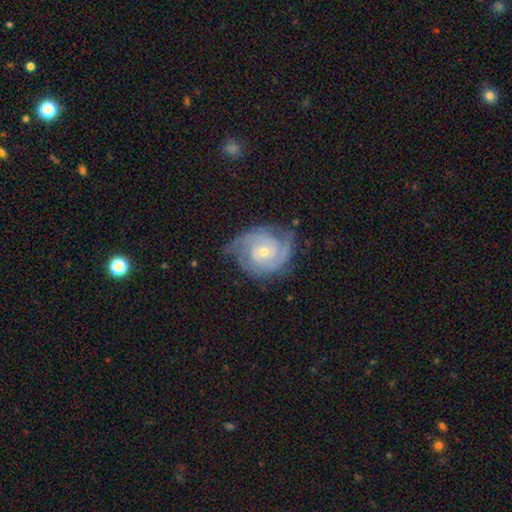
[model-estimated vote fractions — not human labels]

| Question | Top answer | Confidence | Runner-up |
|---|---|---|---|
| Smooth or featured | featured or disk | 88% | smooth (6%) |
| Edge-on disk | no | 98% | yes (2%) |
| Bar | no | 68% | weak (26%) |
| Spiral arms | yes | 98% | no (2%) |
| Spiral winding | tight | 64% | medium (31%) |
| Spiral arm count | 2 | 48% | 3 (26%) |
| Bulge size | small | 59% | moderate (38%) |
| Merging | none | 73% | minor disturbance (19%) |